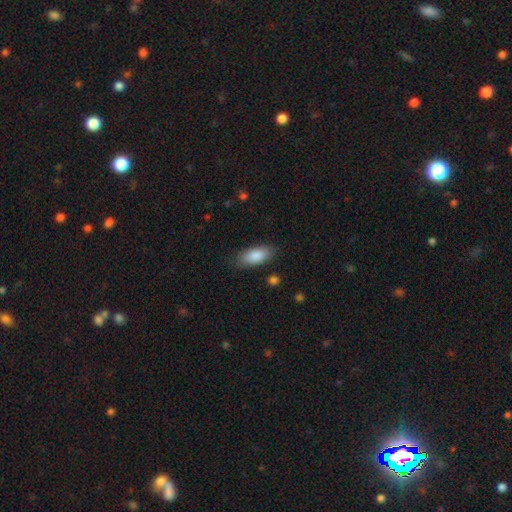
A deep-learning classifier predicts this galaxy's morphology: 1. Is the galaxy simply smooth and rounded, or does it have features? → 88% smooth, 7% featured or disk, 6% star or artifact.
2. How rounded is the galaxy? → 87% in between, 11% cigar-shaped, 2% round.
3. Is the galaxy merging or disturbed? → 83% none, 12% minor disturbance, 3% major disturbance, 2% merger.